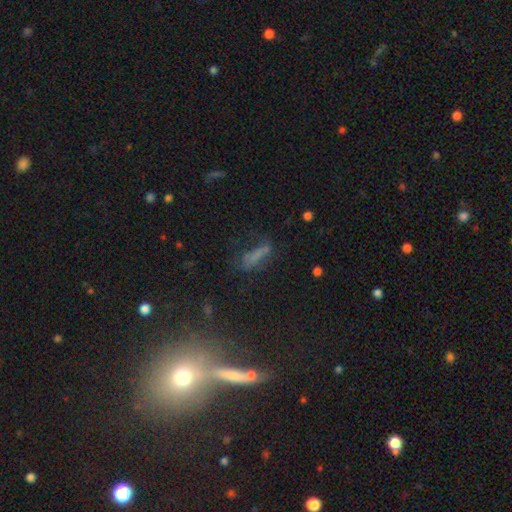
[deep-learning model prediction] This is possibly a smooth galaxy (55%). How rounded: likely cigar-shaped (68%). Merging: possibly none (50%).